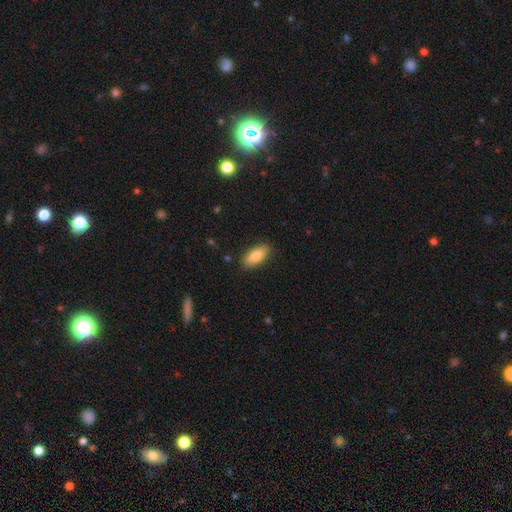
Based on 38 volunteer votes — A smooth galaxy with no disk features (92%) that is in between round and cigar-shaped (80%). Merging: none (81%).